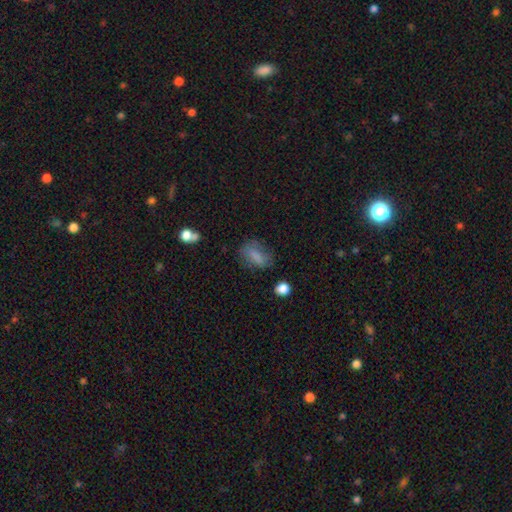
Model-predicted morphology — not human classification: smooth-or-featured: smooth: 76% | featured or disk: 13% | star or artifact: 10%
  how-rounded: in between: 80% | round: 13% | cigar-shaped: 7%
  merging: none: 66% | minor disturbance: 22% | major disturbance: 10% | merger: 2%